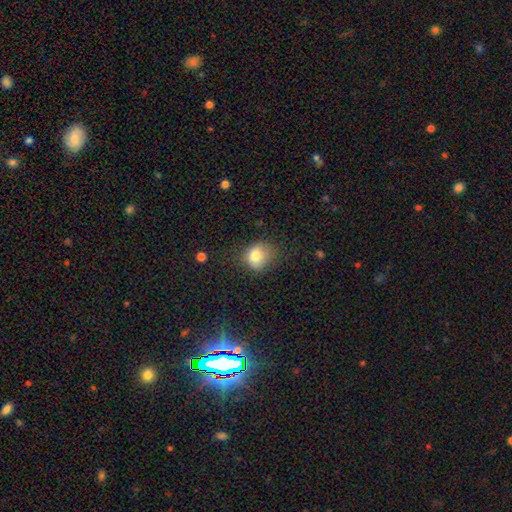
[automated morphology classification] Smooth or featured? smooth (79%)
How rounded? round (61%)
Merging? none (55%)